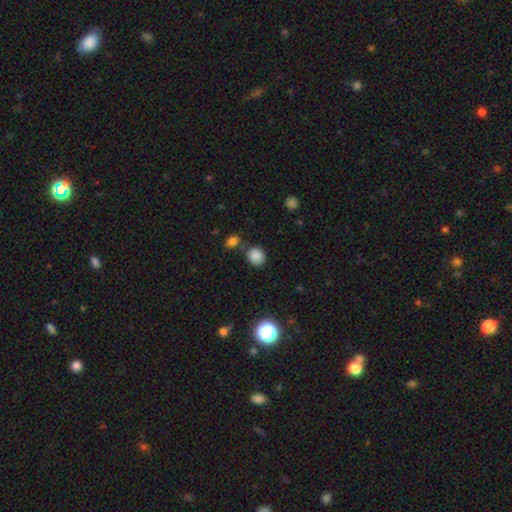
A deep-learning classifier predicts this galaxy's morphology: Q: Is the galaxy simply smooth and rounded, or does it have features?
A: smooth — 84%.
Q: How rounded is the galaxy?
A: round — 72%.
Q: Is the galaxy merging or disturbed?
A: none — 74%.